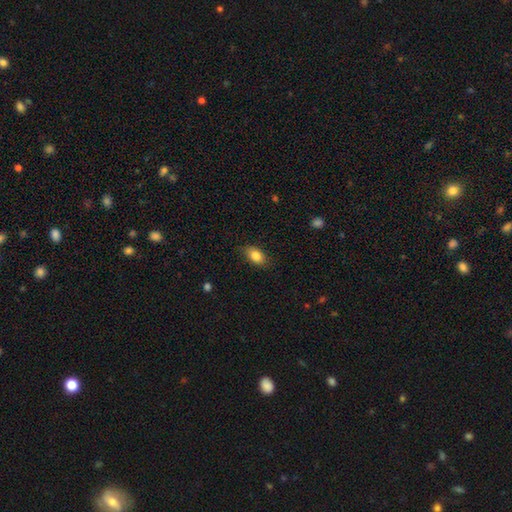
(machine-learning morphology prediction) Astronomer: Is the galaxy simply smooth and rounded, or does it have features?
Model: smooth — 83%.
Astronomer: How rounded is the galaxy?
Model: in between — 86%.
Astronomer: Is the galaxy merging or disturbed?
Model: none — 81%.